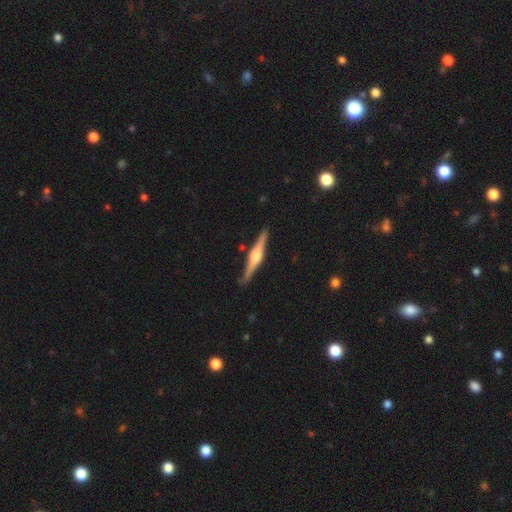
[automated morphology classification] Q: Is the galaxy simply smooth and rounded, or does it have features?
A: featured or disk — 78%.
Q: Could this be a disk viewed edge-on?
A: yes — 98%.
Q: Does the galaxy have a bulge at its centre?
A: rounded — 88%.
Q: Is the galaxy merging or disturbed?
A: none — 87%.